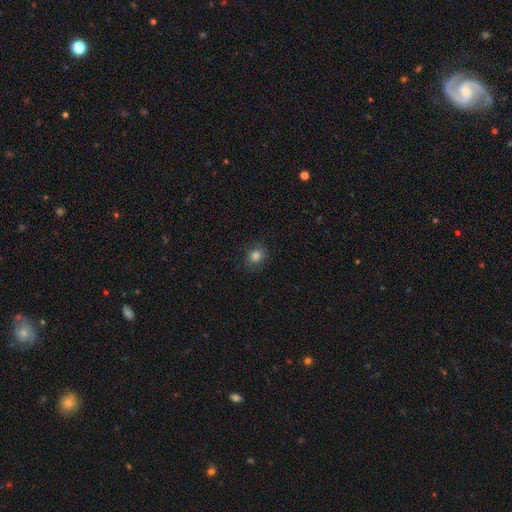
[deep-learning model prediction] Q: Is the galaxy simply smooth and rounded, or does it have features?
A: smooth — 82%.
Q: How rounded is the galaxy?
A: round — 75%.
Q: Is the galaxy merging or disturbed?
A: none — 82%.